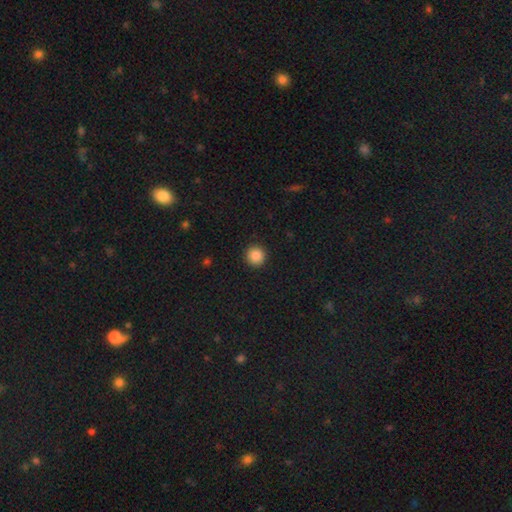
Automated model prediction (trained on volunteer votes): Morphology: type=smooth (87%); roundness=round (95%); merging=none (93%).